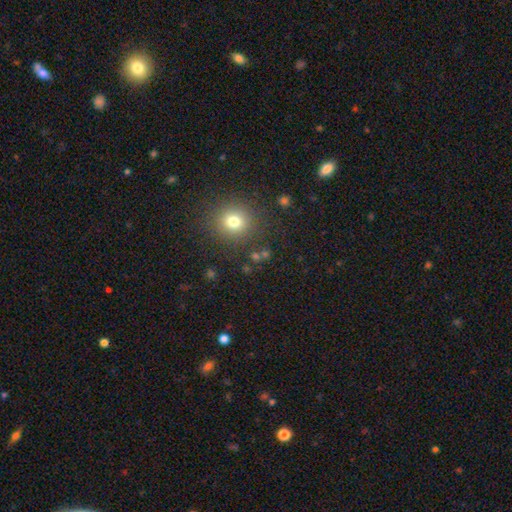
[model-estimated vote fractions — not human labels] Smooth or featured? Predicted: smooth (p=0.68). How rounded? Predicted: round (p=0.88). Merging? Predicted: none (p=0.88).